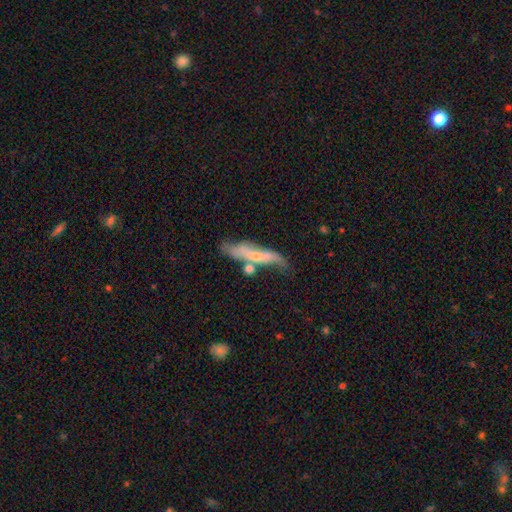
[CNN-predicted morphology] A featured or disk galaxy (52%) viewed edge-on (75%). Merging: none (60%).